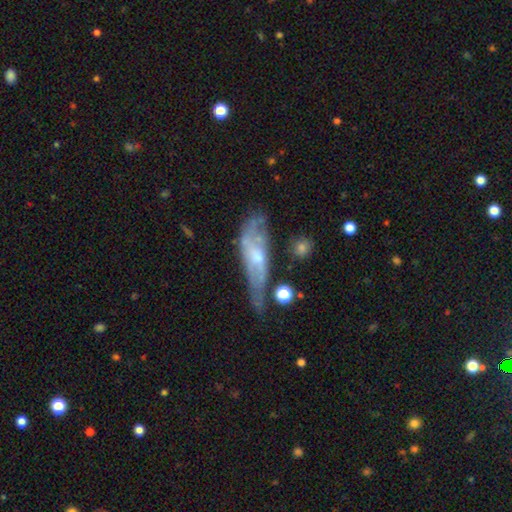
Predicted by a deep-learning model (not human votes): Smooth or featured? featured or disk (63%)
Edge-on disk? no (68%)
Merging? none (39%)